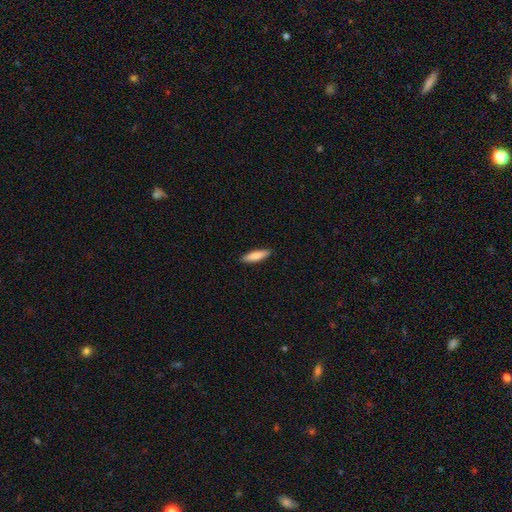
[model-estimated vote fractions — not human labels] Smooth or featured?
  - smooth: 81% *
  - featured or disk: 14%
  - star or artifact: 5%
How rounded?
  - cigar-shaped: 64% *
  - in between: 35%
  - round: 2%
Merging?
  - none: 90% *
  - minor disturbance: 7%
  - major disturbance: 2%
  - merger: 1%